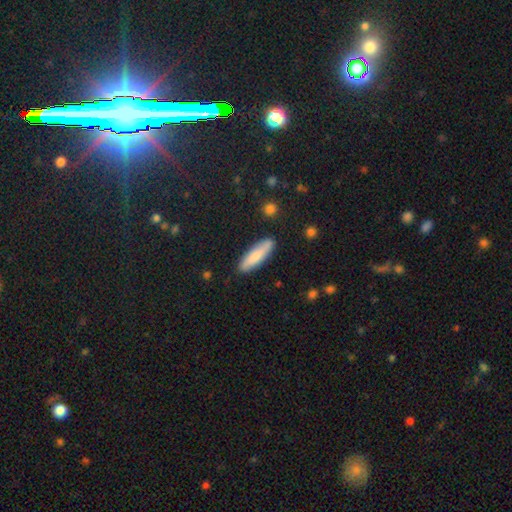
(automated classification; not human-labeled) smooth-or-featured: smooth: 78% | featured or disk: 16% | star or artifact: 6%
  how-rounded: cigar-shaped: 68% | in between: 30% | round: 2%
  merging: none: 86% | minor disturbance: 10% | major disturbance: 2% | merger: 2%